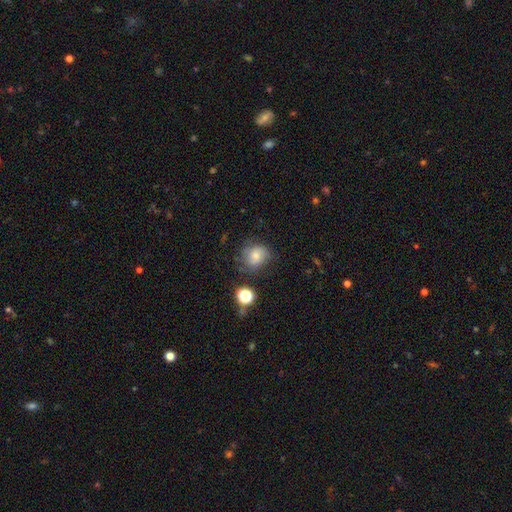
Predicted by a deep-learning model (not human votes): A smooth galaxy with no disk features (67%) that is round (73%). Merging: none (63%).